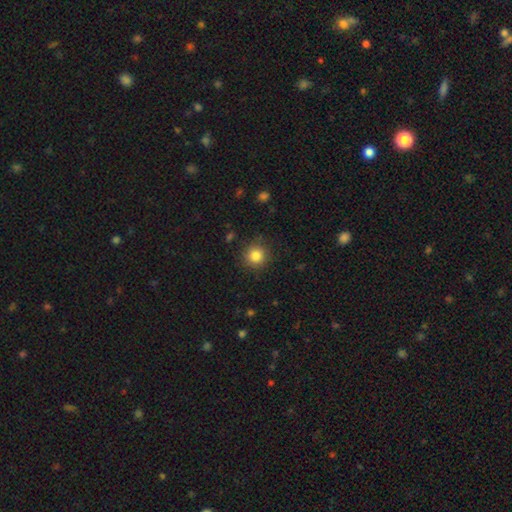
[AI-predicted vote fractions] Smooth or featured? smooth (83%)
How rounded? round (93%)
Merging? none (88%)